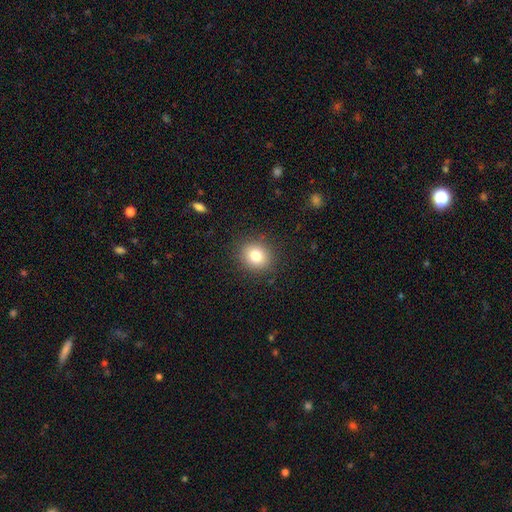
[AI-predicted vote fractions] This appears to be a smooth galaxy with no disk features (80%) that is round (76%). Merging: none (89%).